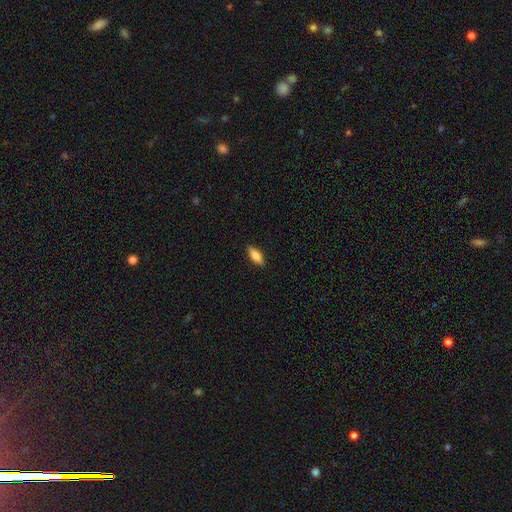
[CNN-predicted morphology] This is likely a smooth galaxy (79%). How rounded: likely in between (71%). Merging: clearly none (89%).